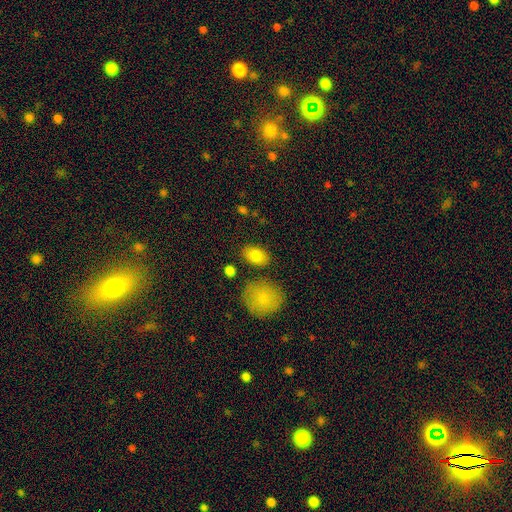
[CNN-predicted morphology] A smooth galaxy with no disk features (82%) that is in between round and cigar-shaped (83%). Merging: none (81%).